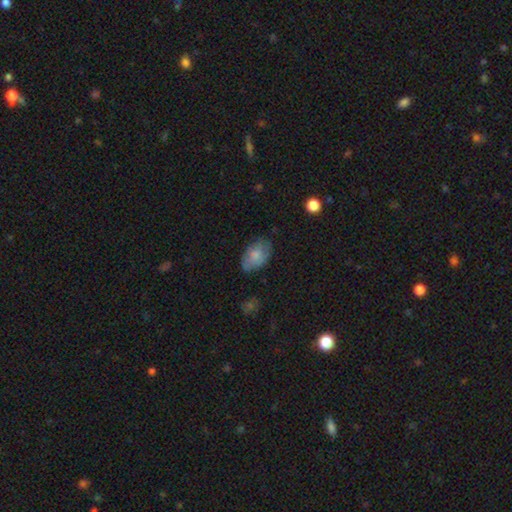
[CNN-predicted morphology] Overall: smooth (74%). How rounded: in between (92%). Merging: none (69%).